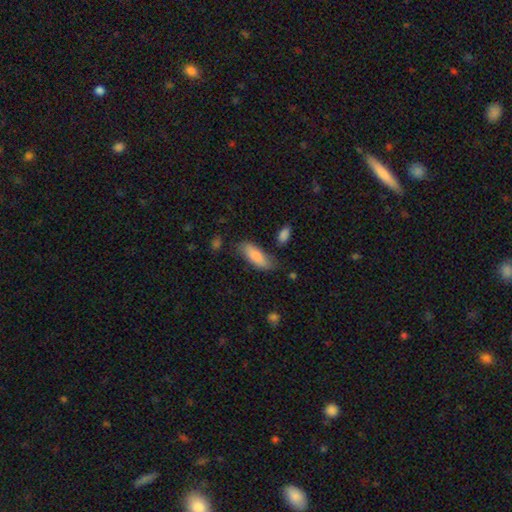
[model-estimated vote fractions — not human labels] A smooth galaxy with no disk features (82%) that is in between round and cigar-shaped (71%). Merging: none (71%).